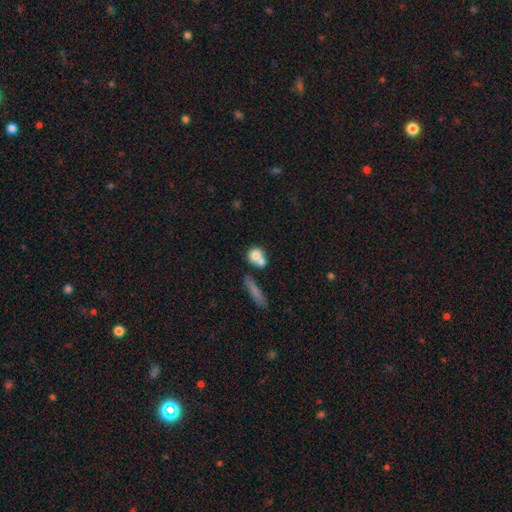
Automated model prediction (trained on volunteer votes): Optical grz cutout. It shows a smooth galaxy with no disk features (72%) that is round (70%). Merging: merger (46%).